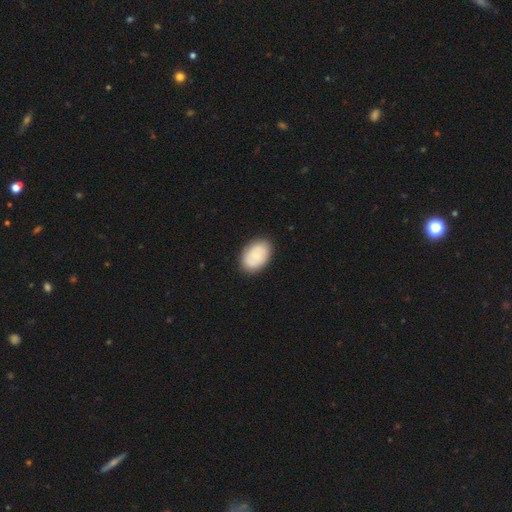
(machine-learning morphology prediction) A smooth galaxy with no disk features (65%) that is in between round and cigar-shaped (84%).

Vote fractions:
- Smooth or featured? smooth: 65% / featured or disk: 29% / star or artifact: 6%
- How rounded? in between: 84% / round: 15% / cigar-shaped: 1%
- Merging? none: 86% / minor disturbance: 11% / major disturbance: 3% / merger: 1%